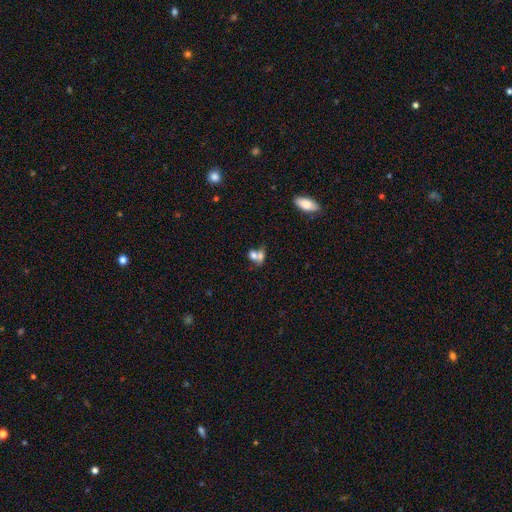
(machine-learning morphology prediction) Smooth or featured: smooth — 67% (featured or disk — 21%)
How rounded: in between — 57% (round — 39%)
Merging: merger — 64% (none — 23%)